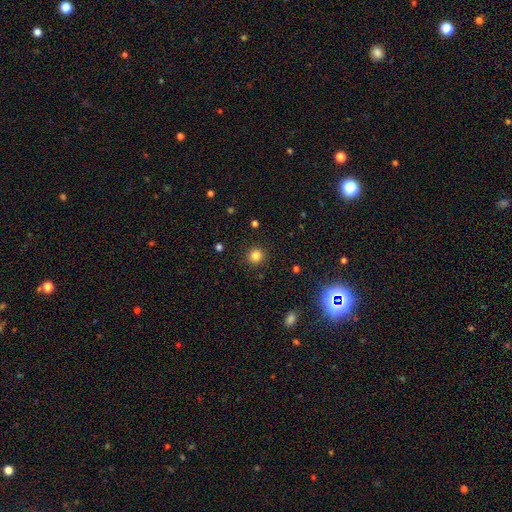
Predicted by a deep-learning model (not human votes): Smooth or featured?
  - smooth: 82% *
  - star or artifact: 13%
  - featured or disk: 5%
How rounded?
  - round: 93% *
  - in between: 6%
  - cigar-shaped: 1%
Merging?
  - none: 92% *
  - minor disturbance: 5%
  - major disturbance: 2%
  - merger: 1%